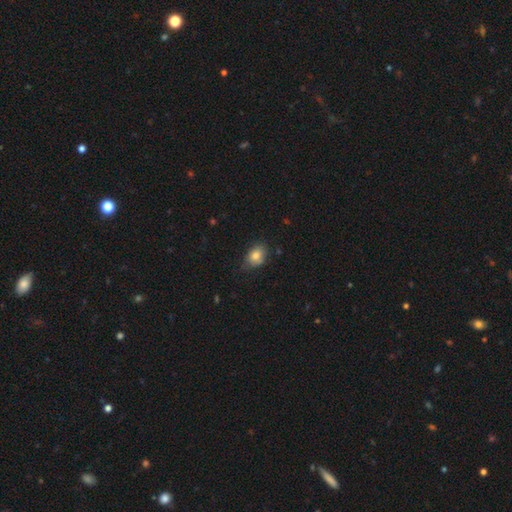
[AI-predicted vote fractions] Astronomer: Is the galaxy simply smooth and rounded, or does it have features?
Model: smooth — 80%.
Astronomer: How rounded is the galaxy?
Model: in between — 74%.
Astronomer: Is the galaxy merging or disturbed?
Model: none — 64%.